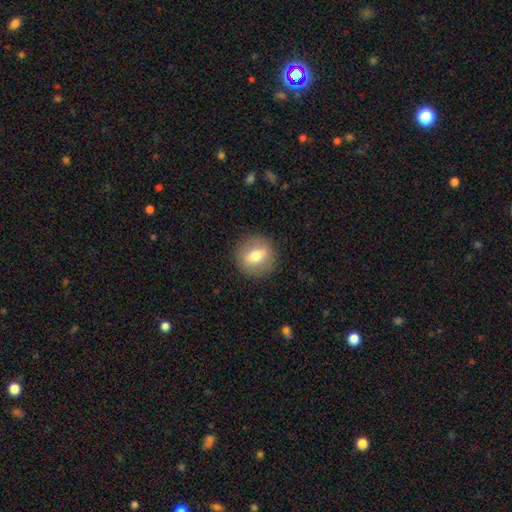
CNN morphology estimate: This appears to be a smooth galaxy with no disk features (58%) that is round (82%). Merging: none (88%).